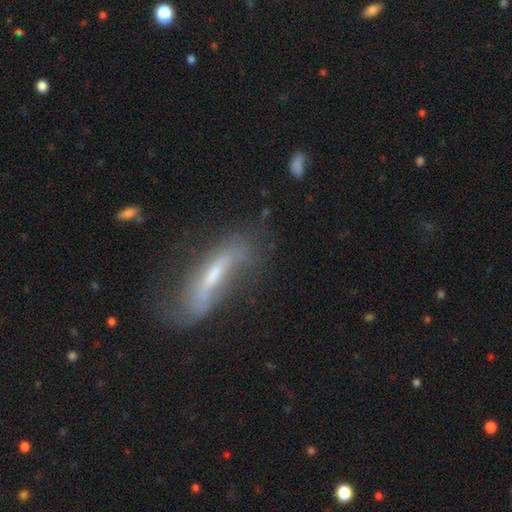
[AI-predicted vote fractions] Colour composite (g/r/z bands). It shows a featured or disk galaxy (64%). Merging: none (51%).